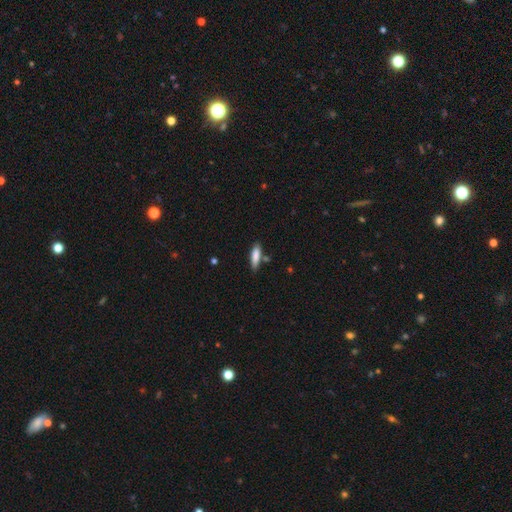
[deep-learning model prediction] Overall: smooth (83%). How rounded: cigar-shaped (57%; in between 41%). Merging: none (73%).